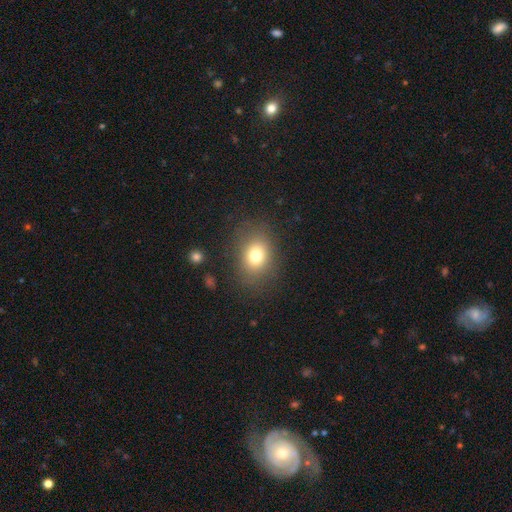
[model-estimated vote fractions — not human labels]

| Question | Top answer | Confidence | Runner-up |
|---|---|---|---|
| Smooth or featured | smooth | 75% | featured or disk (13%) |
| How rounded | in between | 60% | round (39%) |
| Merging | none | 82% | minor disturbance (11%) |